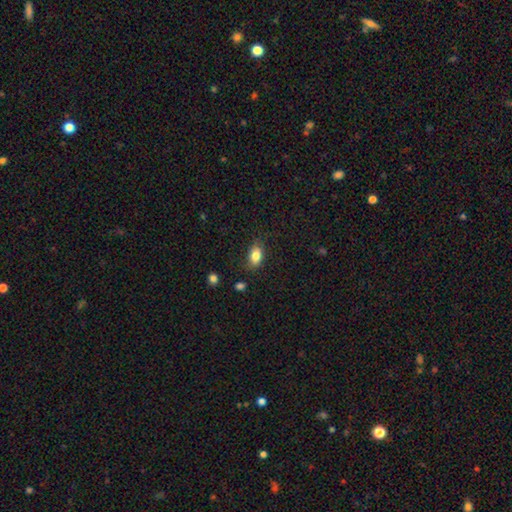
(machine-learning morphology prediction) Q: Smooth or featured?
A: smooth (83%); runner-up: star or artifact (9%)
Q: How rounded?
A: in between (85%); runner-up: round (13%)
Q: Merging?
A: none (78%); runner-up: minor disturbance (16%)